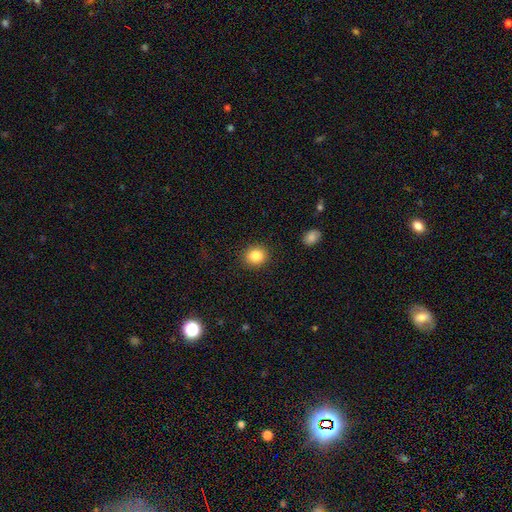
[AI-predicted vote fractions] smooth-or-featured: smooth: 85% | star or artifact: 10% | featured or disk: 5%
  how-rounded: round: 72% | in between: 27% | cigar-shaped: 1%
  merging: none: 89% | minor disturbance: 7% | major disturbance: 2% | merger: 1%